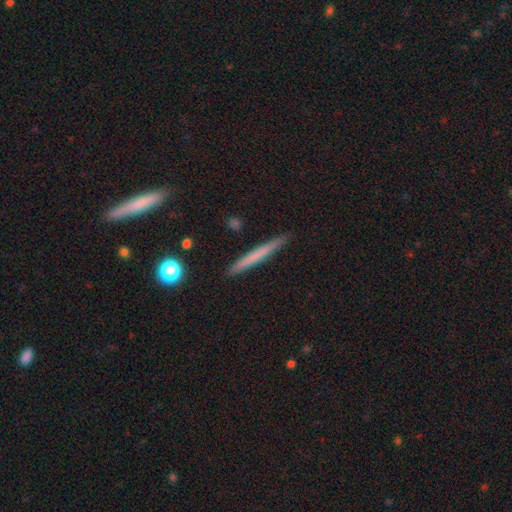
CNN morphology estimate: smooth 62%, featured or disk 31%, star or artifact 6%. Down the decision tree: how rounded — cigar-shaped (97%); merging — none (91%).